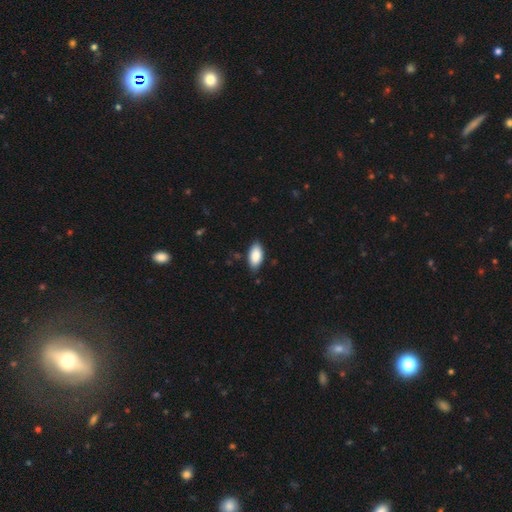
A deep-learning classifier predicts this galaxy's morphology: This is clearly a smooth galaxy (88%). How rounded: clearly in between (92%). Merging: clearly none (84%).